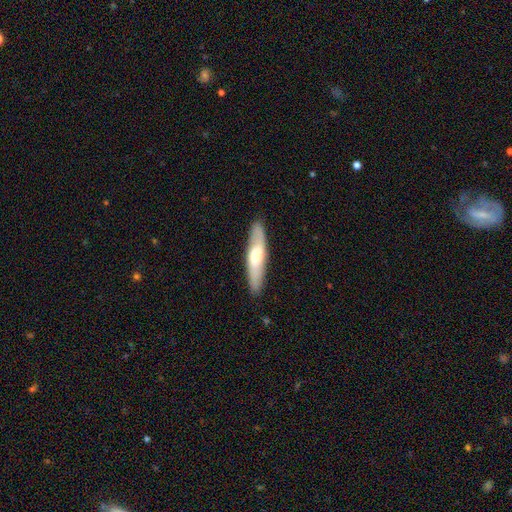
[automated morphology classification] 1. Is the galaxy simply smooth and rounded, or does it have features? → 55% smooth, 40% featured or disk, 5% star or artifact.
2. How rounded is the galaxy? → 81% cigar-shaped, 18% in between, 2% round.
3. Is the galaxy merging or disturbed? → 88% none, 9% minor disturbance, 2% major disturbance, 1% merger.